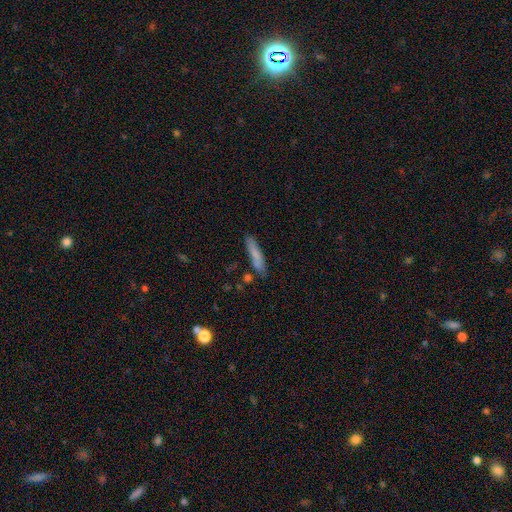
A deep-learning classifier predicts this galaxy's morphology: Smooth or featured? smooth (74%)
How rounded? cigar-shaped (83%)
Merging? none (78%)